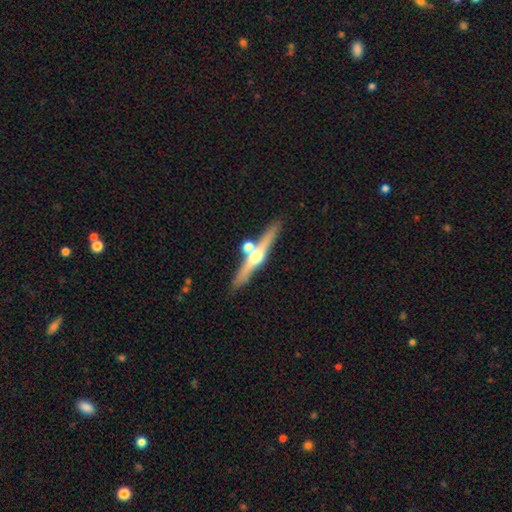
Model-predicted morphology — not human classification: Q: Smooth or featured?
A: featured or disk (70%); runner-up: smooth (24%)
Q: Edge-on disk?
A: yes (96%); runner-up: no (4%)
Q: Edge-on bulge?
A: rounded (96%); runner-up: none (2%)
Q: Merging?
A: none (74%); runner-up: merger (15%)